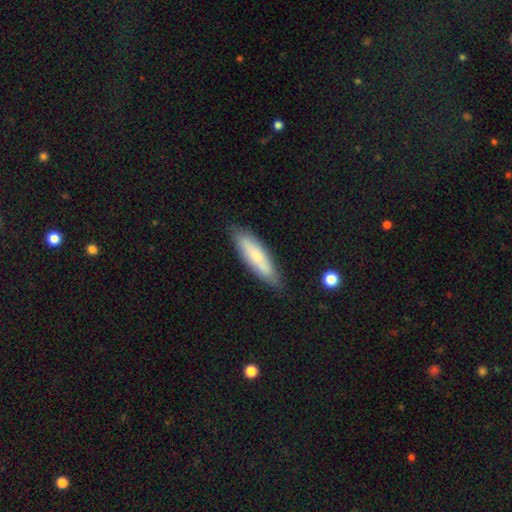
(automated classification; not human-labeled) The model was most divided on "how rounded": cigar-shaped: 69%, in between: 29%, round: 2%. More confident: merging — none (83%); smooth or featured — smooth (69%).